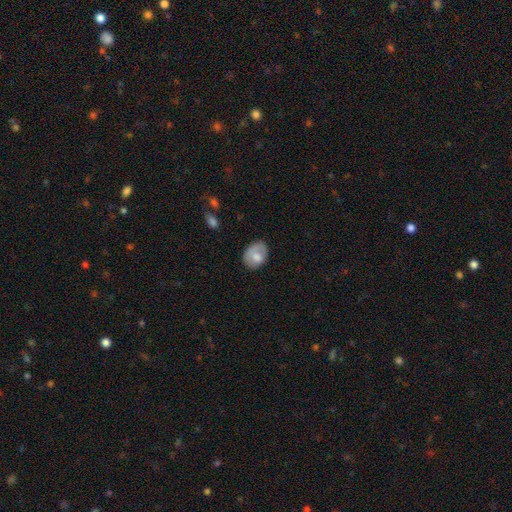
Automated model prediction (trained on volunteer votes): Q: Smooth or featured?
A: smooth (71%); runner-up: featured or disk (22%)
Q: How rounded?
A: in between (66%); runner-up: round (33%)
Q: Merging?
A: none (63%); runner-up: minor disturbance (26%)